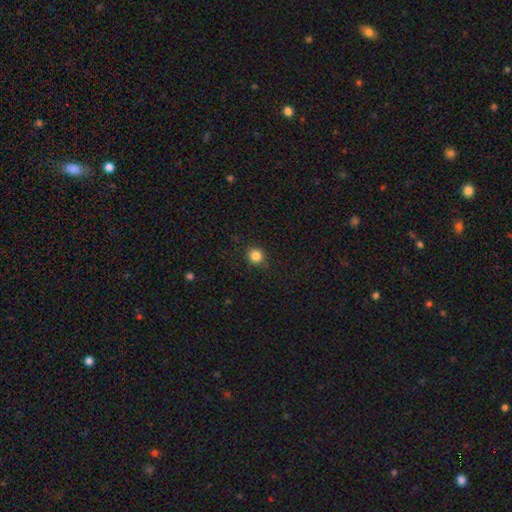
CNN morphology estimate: A smooth galaxy with no disk features (84%) that is round (90%). Merging: none (88%).